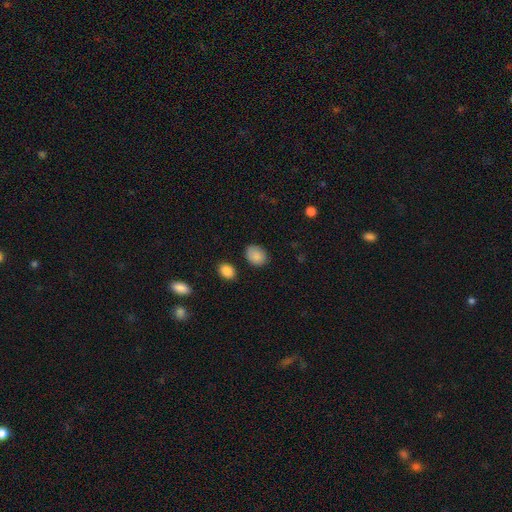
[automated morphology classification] This is clearly a smooth galaxy (88%). How rounded: likely in between (65%). Merging: likely none (79%).